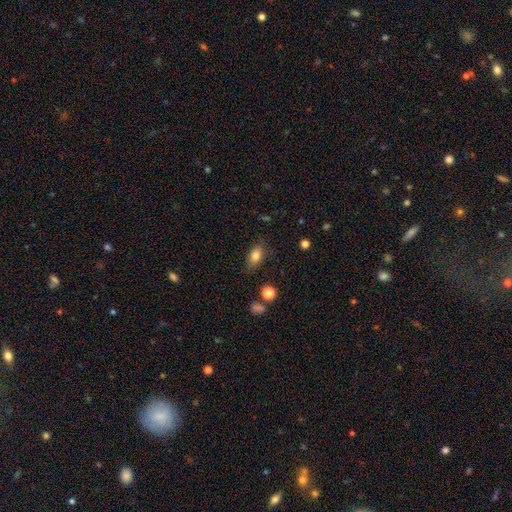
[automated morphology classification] smooth_or_featured: smooth (p=0.81) [alt: featured or disk p=0.10]
how_rounded: in between (p=0.84) [alt: round p=0.12]
merging: none (p=0.76) [alt: minor disturbance p=0.17]